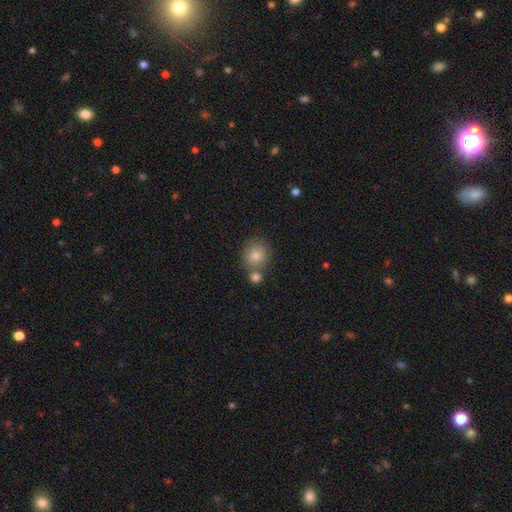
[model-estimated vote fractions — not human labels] A smooth galaxy with no disk features (78%) that is round (86%). Merging: none (69%).